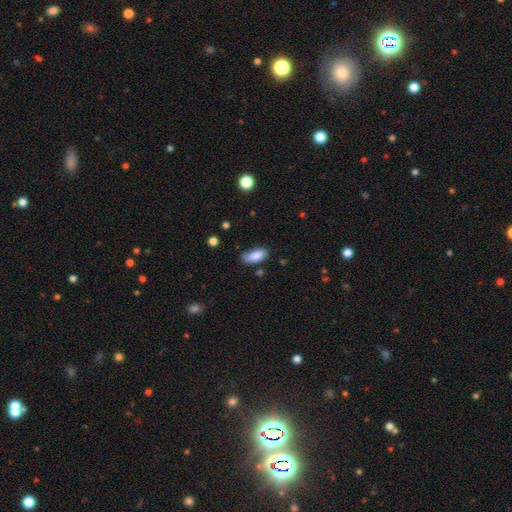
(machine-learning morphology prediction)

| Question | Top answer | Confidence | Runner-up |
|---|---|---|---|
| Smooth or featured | smooth | 84% | featured or disk (8%) |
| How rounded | in between | 86% | cigar-shaped (12%) |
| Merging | none | 67% | minor disturbance (25%) |